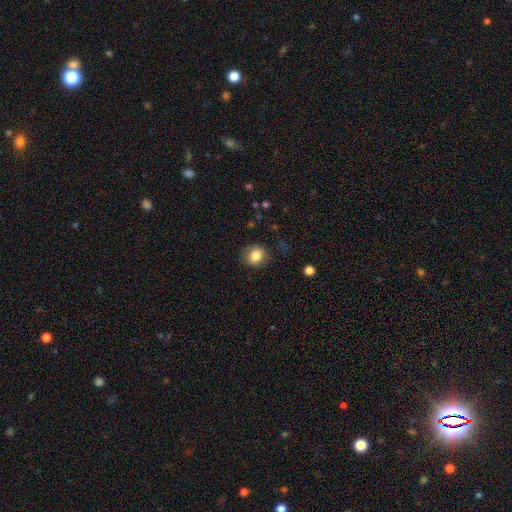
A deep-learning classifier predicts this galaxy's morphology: type=smooth (82%); roundness=round (70%); merging=none (79%).